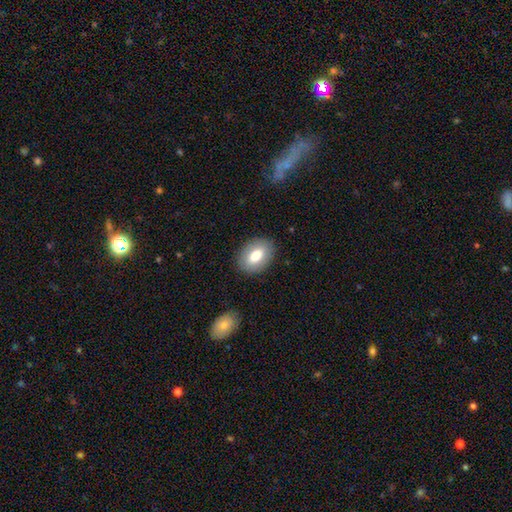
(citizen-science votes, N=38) Q: Smooth or featured?
A: smooth (79%); runner-up: featured or disk (16%)
Q: How rounded?
A: in between (73%); runner-up: round (27%)
Q: Merging?
A: none (83%); runner-up: minor disturbance (14%)